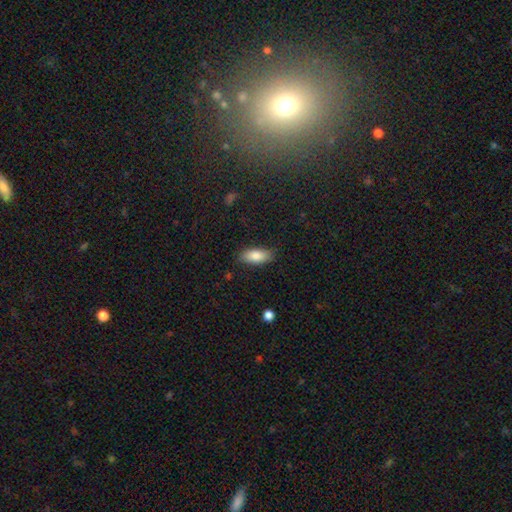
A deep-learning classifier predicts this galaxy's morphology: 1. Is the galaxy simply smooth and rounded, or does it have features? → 84% smooth, 10% featured or disk, 7% star or artifact.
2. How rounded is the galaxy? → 82% in between, 16% cigar-shaped, 2% round.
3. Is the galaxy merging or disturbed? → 84% none, 12% minor disturbance, 3% major disturbance, 1% merger.